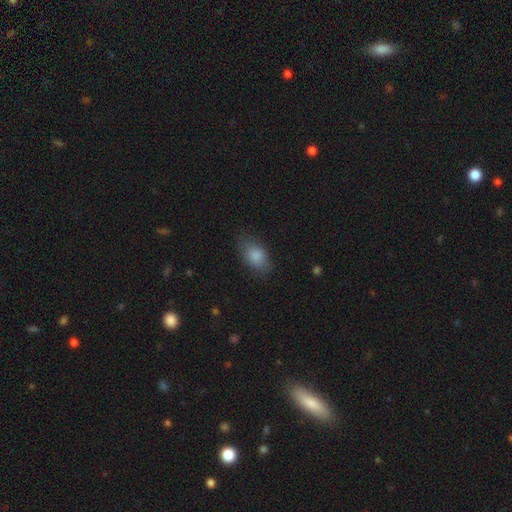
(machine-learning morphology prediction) The model was most divided on "merging": none: 71%, minor disturbance: 21%, major disturbance: 7%, merger: 1%. More confident: how rounded — in between (89%); smooth or featured — smooth (85%).